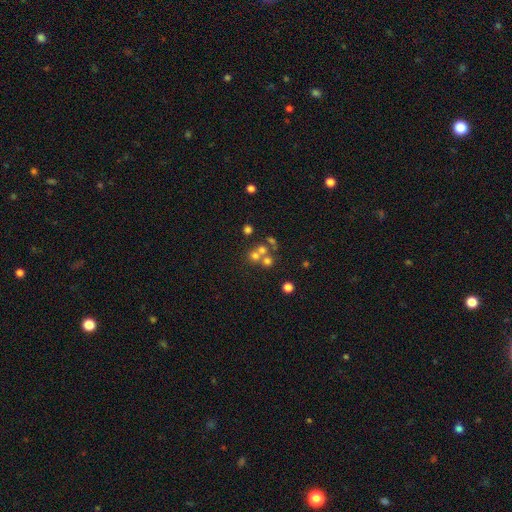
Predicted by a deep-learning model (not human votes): Smooth or featured: smooth — 58% (featured or disk — 22%)
How rounded: round — 86% (in between — 13%)
Merging: merger — 46% (none — 43%)